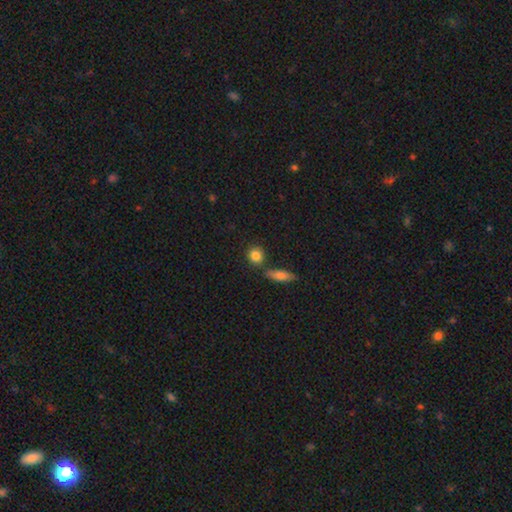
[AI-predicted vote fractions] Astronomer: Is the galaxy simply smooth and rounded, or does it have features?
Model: smooth — 84%.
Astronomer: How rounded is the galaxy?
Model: round — 80%.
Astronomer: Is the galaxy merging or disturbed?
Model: none — 75%.